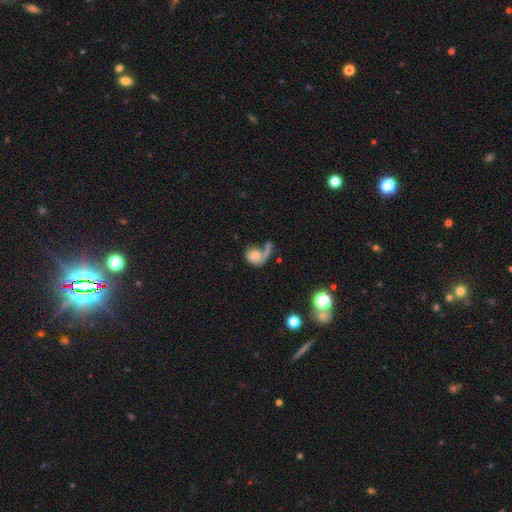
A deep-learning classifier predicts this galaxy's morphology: Overall: smooth (59%; featured or disk 31%). How rounded: round (58%; in between 40%). Merging: none (34%; merger 27%).